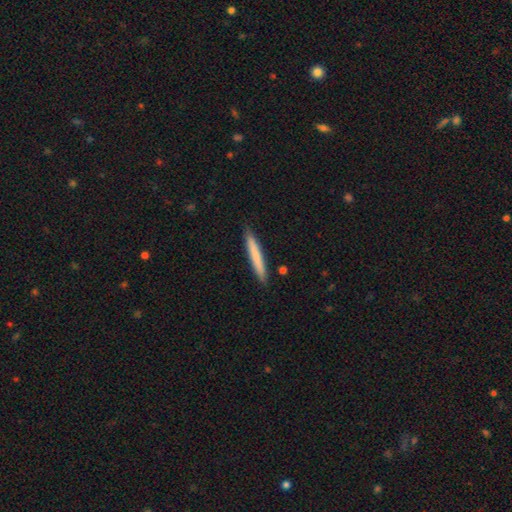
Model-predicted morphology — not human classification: smooth 75%, featured or disk 20%, star or artifact 5%. Down the decision tree: how rounded — cigar-shaped (96%); merging — none (90%).